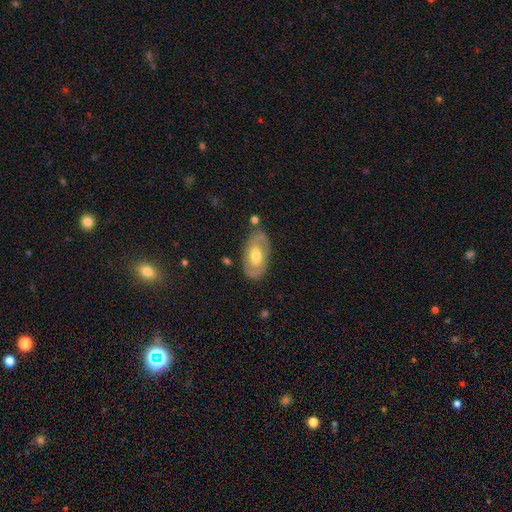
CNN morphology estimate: Smooth or featured: featured or disk — 66% (smooth — 29%)
Edge-on disk: no — 92% (yes — 8%)
Bar: no — 58% (weak — 32%)
Spiral arms: yes — 62% (no — 38%)
Bulge size: moderate — 71% (small — 15%)
Merging: none — 78% (minor disturbance — 14%)